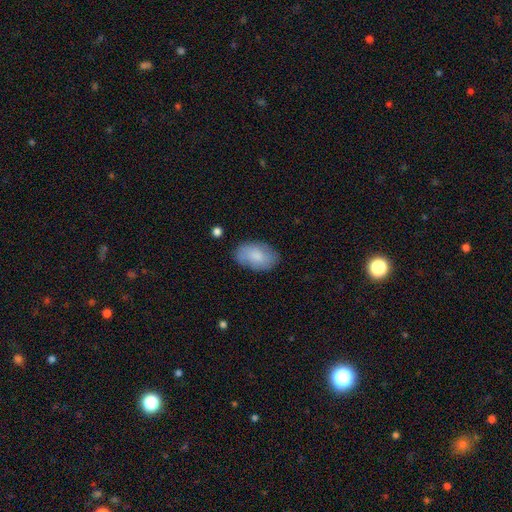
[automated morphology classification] This appears to be a smooth galaxy with no disk features (77%) that is in between round and cigar-shaped (92%). Merging: none (80%).